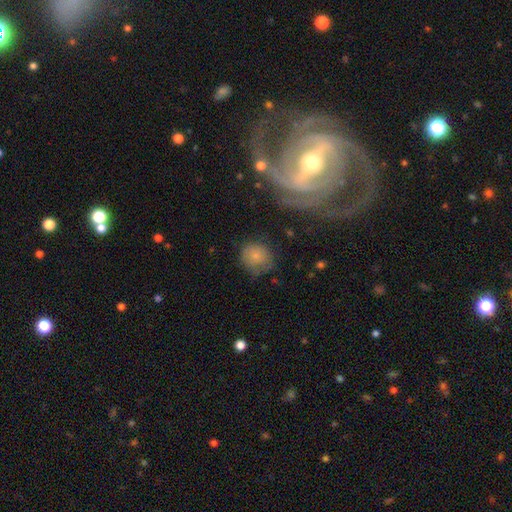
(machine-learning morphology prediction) smooth 77%, featured or disk 14%, star or artifact 9%. Down the decision tree: how rounded — round (81%); merging — none (64%).